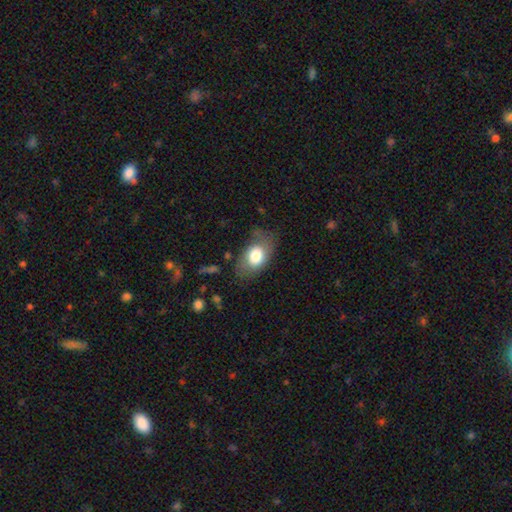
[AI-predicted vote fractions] Smooth or featured: smooth — 74% (featured or disk — 19%)
How rounded: in between — 86% (round — 12%)
Merging: none — 65% (minor disturbance — 23%)